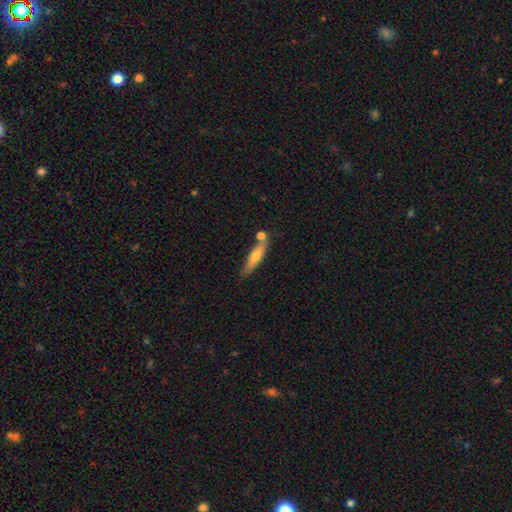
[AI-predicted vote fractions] Smooth or featured? Predicted: smooth (p=0.55). How rounded? Predicted: cigar-shaped (p=0.83). Merging? Predicted: none (p=0.69).